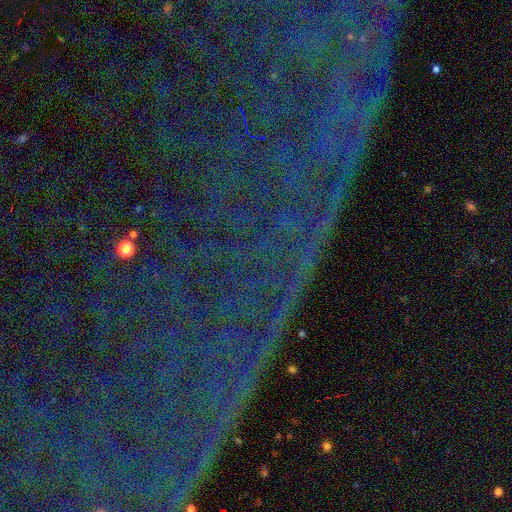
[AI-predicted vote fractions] A star or artifact, not a galaxy (85%).

Vote fractions:
- Smooth or featured? star or artifact: 85% / featured or disk: 8% / smooth: 7%